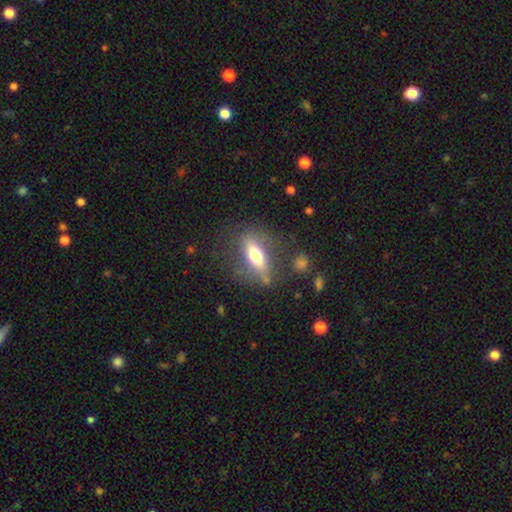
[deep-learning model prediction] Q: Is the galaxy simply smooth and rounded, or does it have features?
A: smooth — 53%.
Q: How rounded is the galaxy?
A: in between — 60%.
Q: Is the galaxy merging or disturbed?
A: none — 70%.